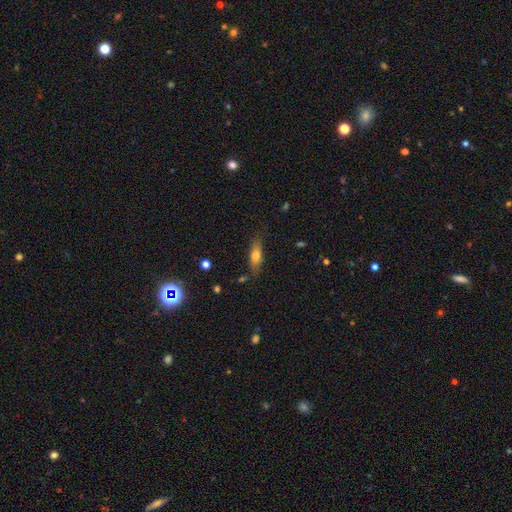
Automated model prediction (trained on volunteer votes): Smooth or featured: smooth — 68% (featured or disk — 24%)
How rounded: in between — 56% (cigar-shaped — 41%)
Merging: none — 77% (minor disturbance — 16%)